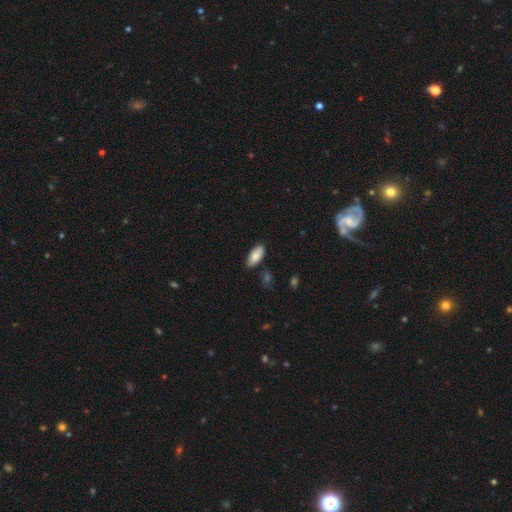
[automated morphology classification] A smooth galaxy with no disk features (85%) that is in between round and cigar-shaped (88%).

Vote fractions:
- Smooth or featured? smooth: 85% / featured or disk: 8% / star or artifact: 6%
- How rounded? in between: 88% / cigar-shaped: 10% / round: 2%
- Merging? none: 83% / minor disturbance: 12% / merger: 3% / major disturbance: 2%